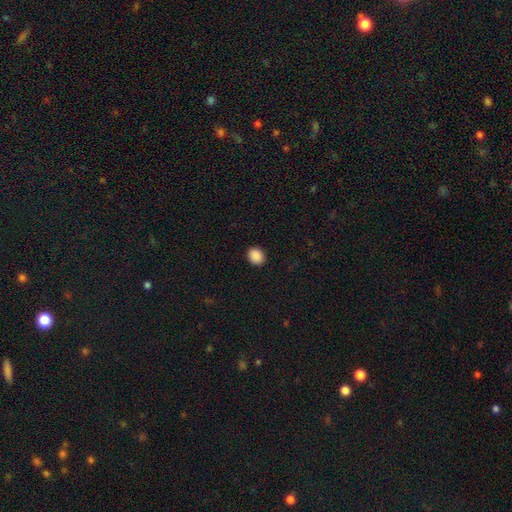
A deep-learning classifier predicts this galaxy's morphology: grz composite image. It shows a smooth galaxy with no disk features (89%) that is round (56%). Merging: none (91%).